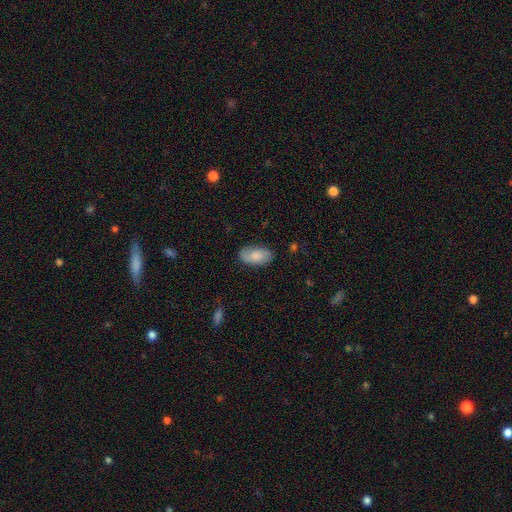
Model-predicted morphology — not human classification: Smooth or featured? smooth (76%)
How rounded? in between (95%)
Merging? none (80%)